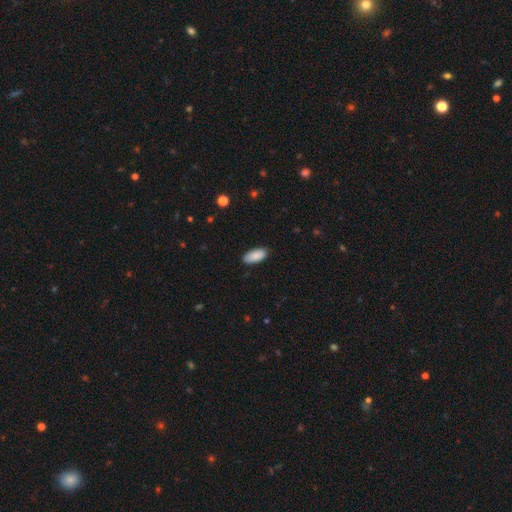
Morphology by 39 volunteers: type=smooth (92%); roundness=in between (92%); merging=none (82%).